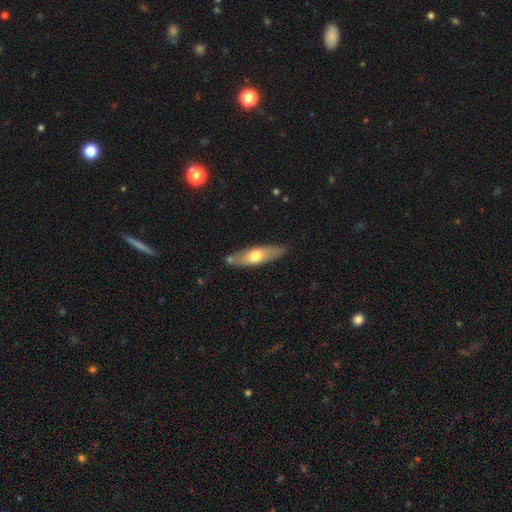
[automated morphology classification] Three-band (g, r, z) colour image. It shows a smooth galaxy with no disk features (54%) that is cigar-shaped (63%). Merging: none (80%).